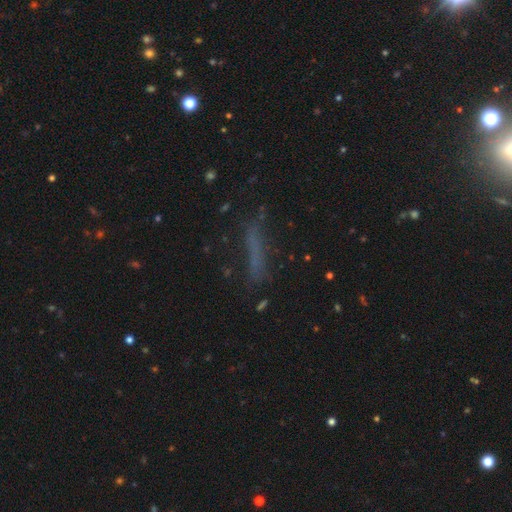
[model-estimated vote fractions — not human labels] Morphology: type=smooth (49%); merging=none (65%).